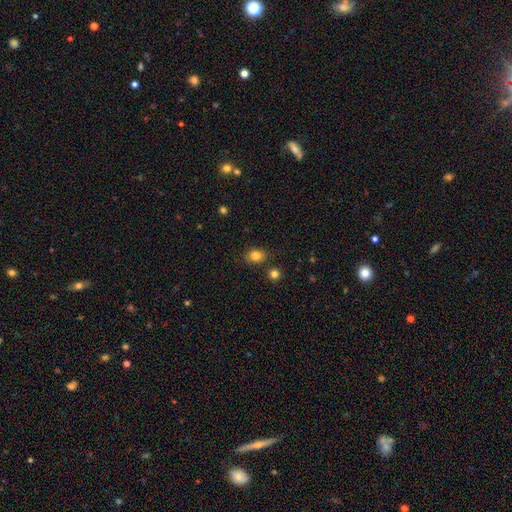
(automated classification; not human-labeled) smooth_or_featured: smooth (p=0.82) [alt: star or artifact p=0.11]
how_rounded: in between (p=0.58) [alt: round p=0.41]
merging: none (p=0.79) [alt: minor disturbance p=0.13]